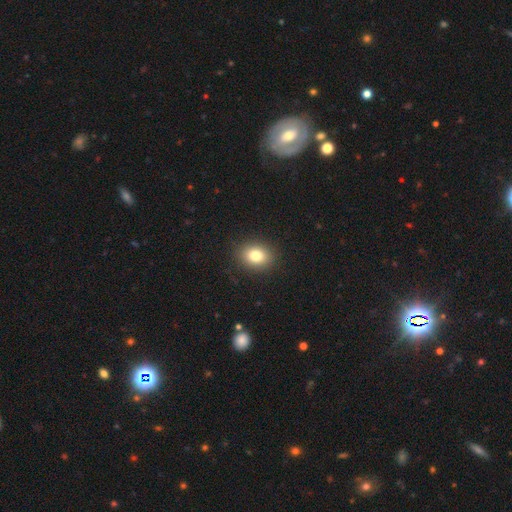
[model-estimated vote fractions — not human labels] A smooth galaxy with no disk features (80%) that is in between round and cigar-shaped (52%). Merging: none (89%).